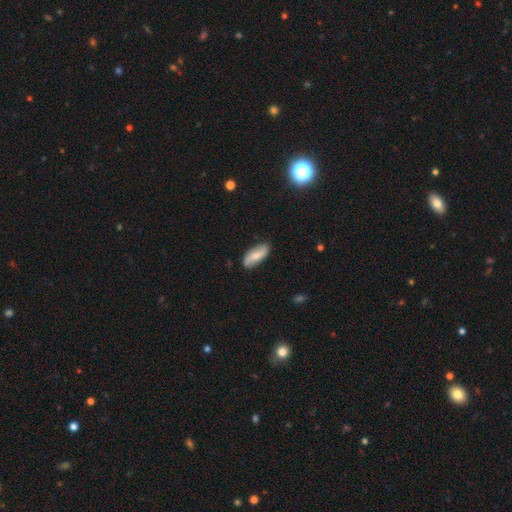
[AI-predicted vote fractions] Q: Smooth or featured?
A: smooth (53%); runner-up: featured or disk (41%)
Q: How rounded?
A: in between (80%); runner-up: cigar-shaped (17%)
Q: Merging?
A: none (84%); runner-up: minor disturbance (12%)